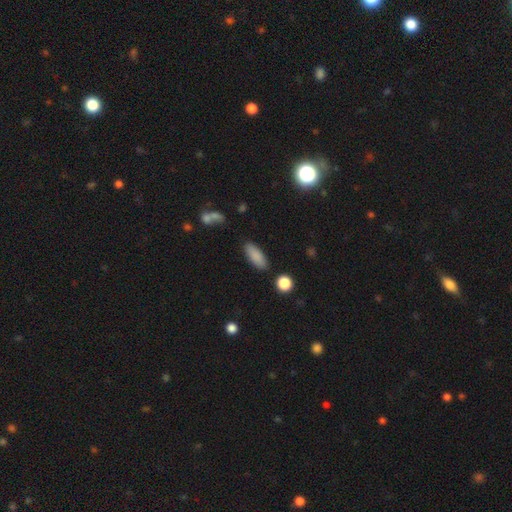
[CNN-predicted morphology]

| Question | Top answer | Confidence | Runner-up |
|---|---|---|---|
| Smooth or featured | smooth | 86% | star or artifact (7%) |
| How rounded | in between | 71% | cigar-shaped (26%) |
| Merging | none | 84% | minor disturbance (10%) |